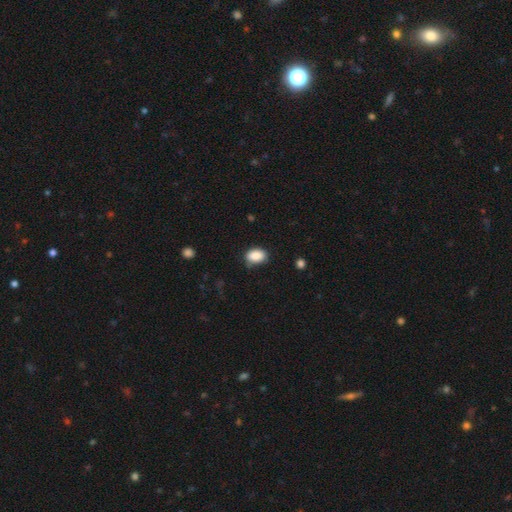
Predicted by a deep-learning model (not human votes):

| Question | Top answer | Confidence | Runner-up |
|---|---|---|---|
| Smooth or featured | smooth | 89% | star or artifact (8%) |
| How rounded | in between | 84% | round (15%) |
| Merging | none | 77% | minor disturbance (18%) |